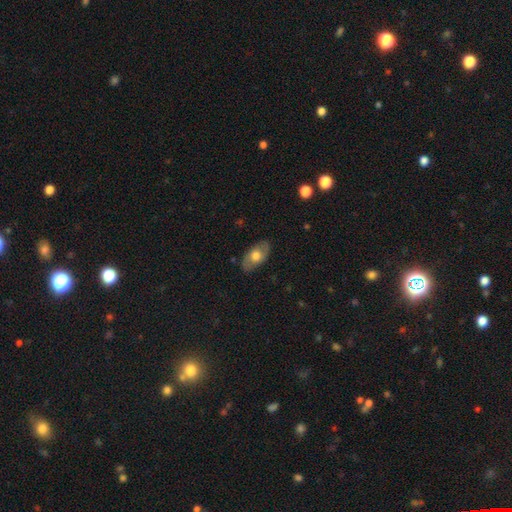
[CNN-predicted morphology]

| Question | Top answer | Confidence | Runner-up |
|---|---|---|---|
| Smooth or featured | smooth | 59% | featured or disk (35%) |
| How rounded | in between | 92% | round (5%) |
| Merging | none | 83% | minor disturbance (13%) |